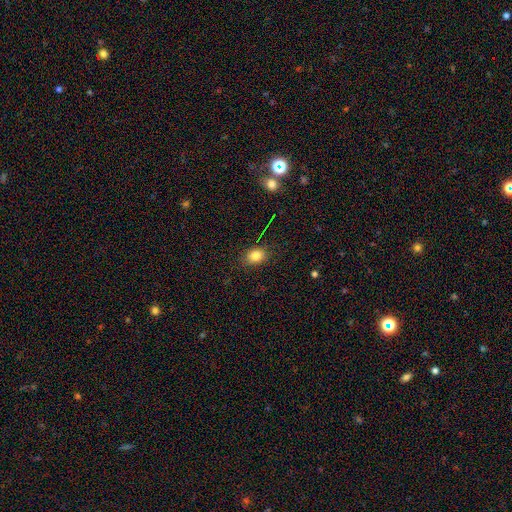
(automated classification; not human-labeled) Smooth or featured? smooth (81%)
How rounded? in between (64%)
Merging? none (84%)